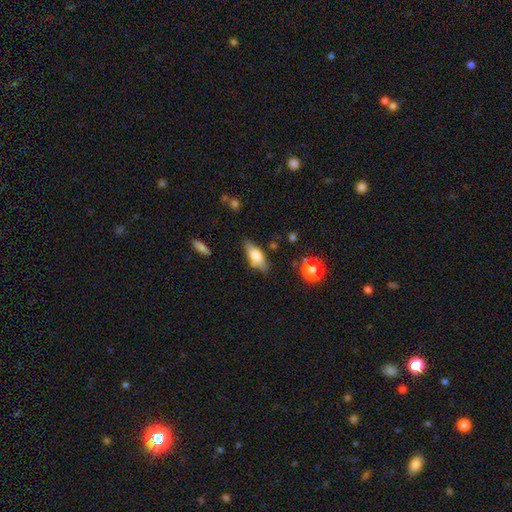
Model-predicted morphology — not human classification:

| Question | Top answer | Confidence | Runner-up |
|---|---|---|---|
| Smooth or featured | smooth | 65% | featured or disk (27%) |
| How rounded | in between | 72% | cigar-shaped (25%) |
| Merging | none | 75% | minor disturbance (18%) |